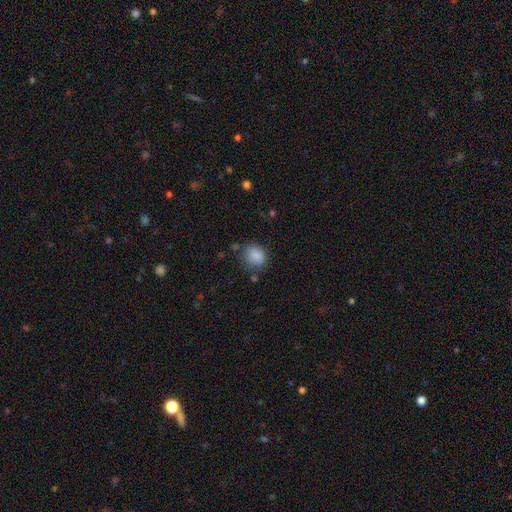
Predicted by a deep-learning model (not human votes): This is clearly a smooth galaxy (86%). How rounded: possibly round (53%). Merging: likely none (72%).